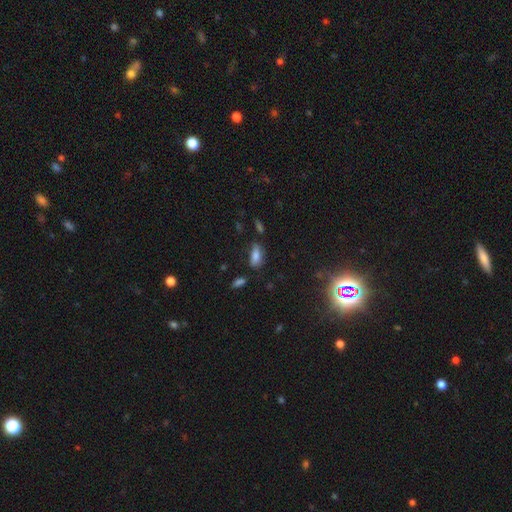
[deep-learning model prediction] Smooth or featured? Predicted: smooth (p=0.79). How rounded? Predicted: in between (p=0.85). Merging? Predicted: none (p=0.67).